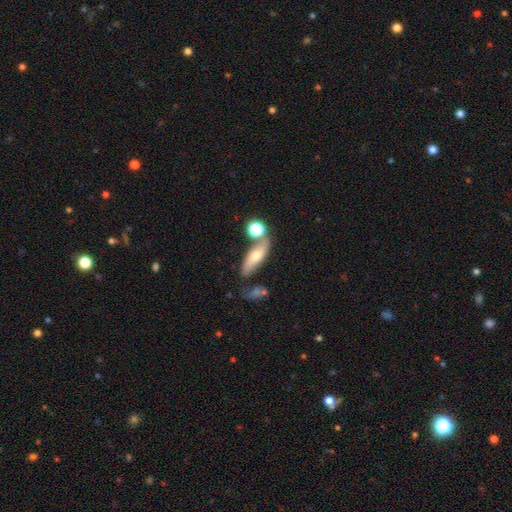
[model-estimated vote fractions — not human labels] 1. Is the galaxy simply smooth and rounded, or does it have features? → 55% smooth, 37% featured or disk, 8% star or artifact.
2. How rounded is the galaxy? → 58% in between, 36% cigar-shaped, 6% round.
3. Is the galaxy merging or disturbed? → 58% none, 18% merger, 18% minor disturbance, 7% major disturbance.